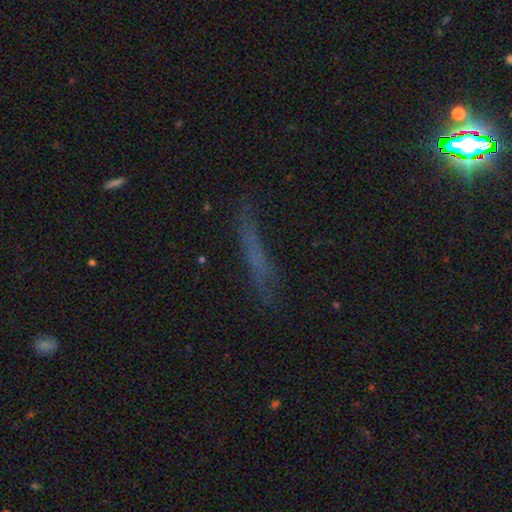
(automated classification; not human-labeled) Q: Smooth or featured?
A: smooth (42%); runner-up: featured or disk (35%)
Q: Merging?
A: none (70%); runner-up: minor disturbance (19%)